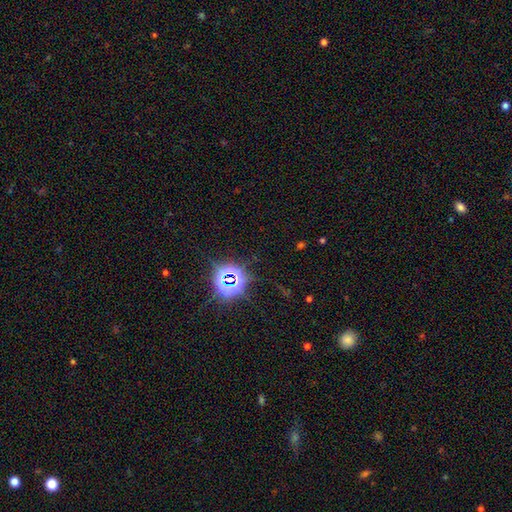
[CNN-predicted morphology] The model was most divided on "smooth or featured": star or artifact: 80%, smooth: 13%, featured or disk: 8%.